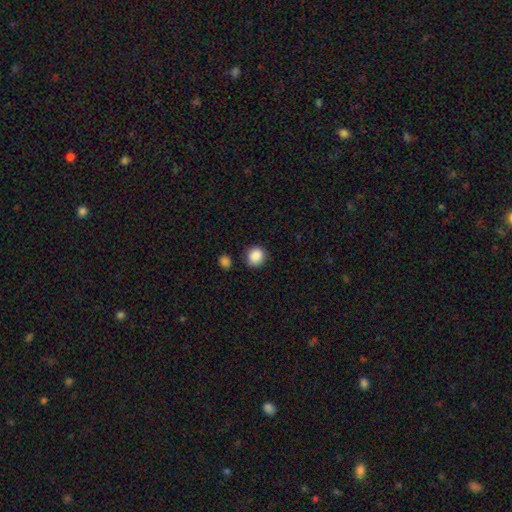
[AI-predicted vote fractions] This appears to be a smooth galaxy with no disk features (88%) that is round (87%). Merging: none (85%).